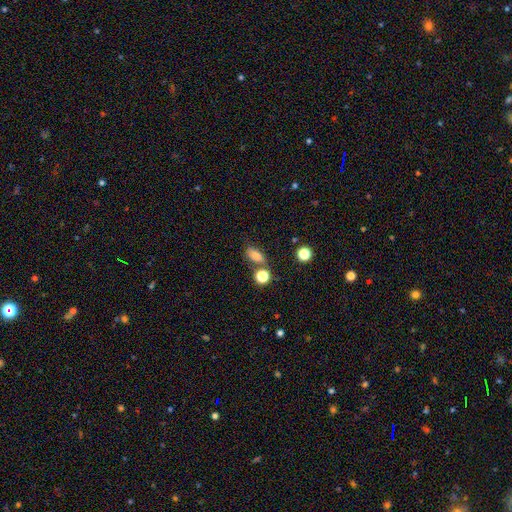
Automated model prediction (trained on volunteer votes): smooth 78%, star or artifact 14%, featured or disk 8%. Down the decision tree: how rounded — in between (80%); merging — none (65%).